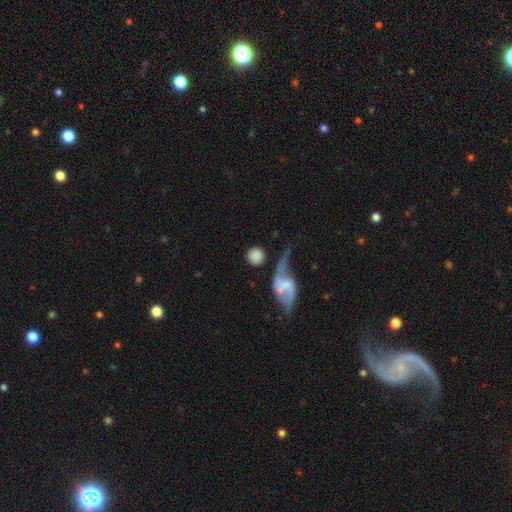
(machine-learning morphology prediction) Overall: smooth (73%). How rounded: round (89%). Merging: none (61%).